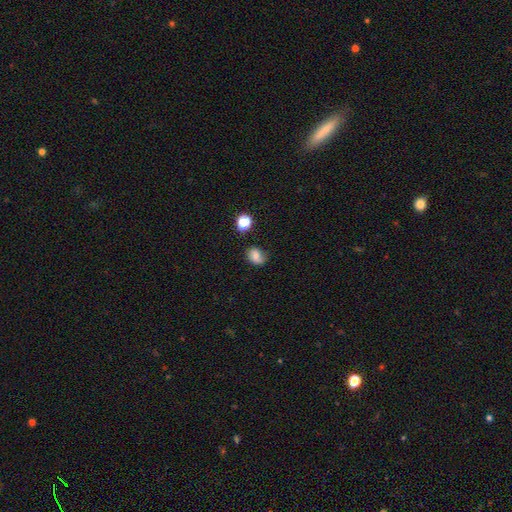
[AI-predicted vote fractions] smooth-or-featured: smooth: 62% | featured or disk: 24% | star or artifact: 14%
  how-rounded: in between: 51% | round: 48% | cigar-shaped: 1%
  merging: none: 63% | minor disturbance: 26% | major disturbance: 8% | merger: 3%